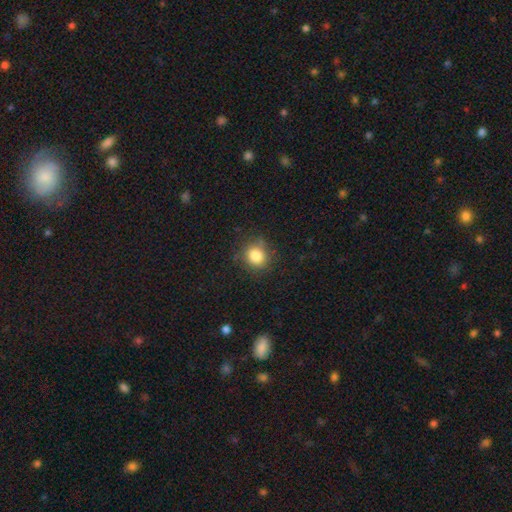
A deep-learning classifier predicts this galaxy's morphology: type=smooth (82%); roundness=round (79%); merging=none (83%).